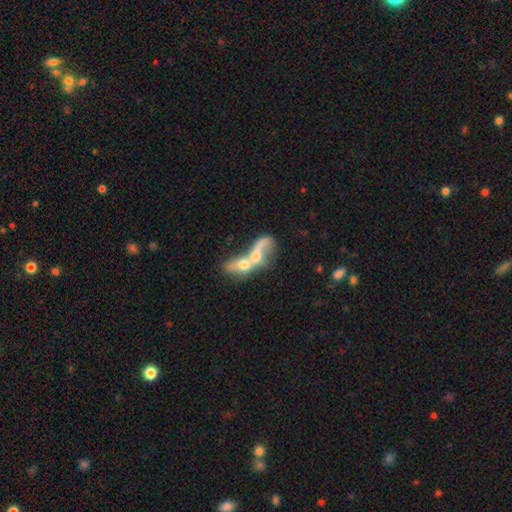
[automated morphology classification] Smooth or featured: featured or disk — 44% (smooth — 41%)
Merging: merger — 69% (none — 18%)